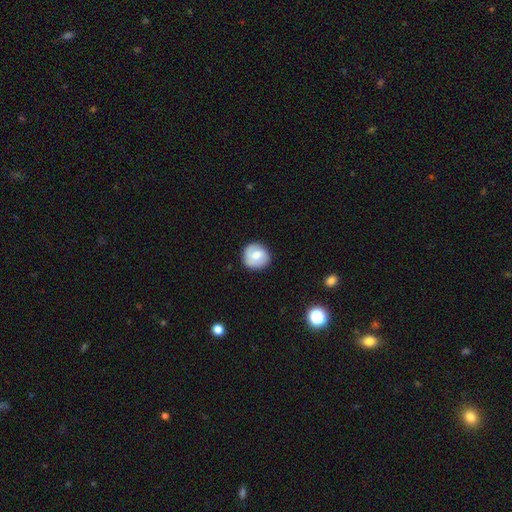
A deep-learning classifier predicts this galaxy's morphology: Smooth or featured: smooth — 67% (featured or disk — 26%)
How rounded: round — 92% (in between — 7%)
Merging: none — 85% (minor disturbance — 11%)